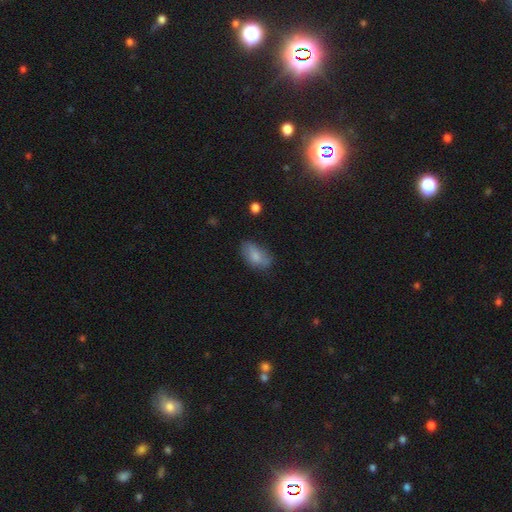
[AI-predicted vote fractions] A smooth galaxy with no disk features (77%) that is in between round and cigar-shaped (92%).

Vote fractions:
- Smooth or featured? smooth: 77% / featured or disk: 16% / star or artifact: 8%
- How rounded? in between: 92% / round: 5% / cigar-shaped: 3%
- Merging? none: 63% / minor disturbance: 28% / major disturbance: 8% / merger: 2%